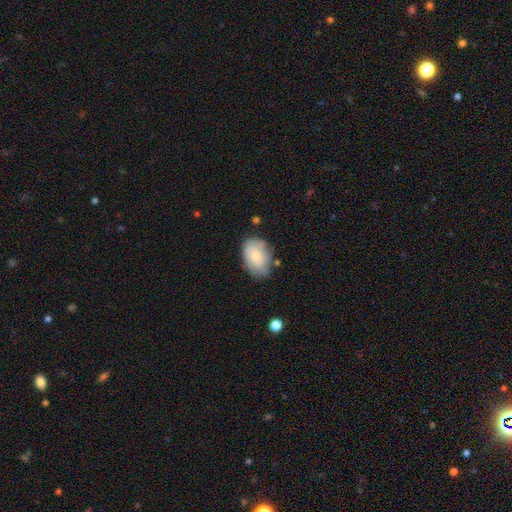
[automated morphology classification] This appears to be a smooth galaxy with no disk features (58%) that is in between round and cigar-shaped (82%). Merging: none (64%).